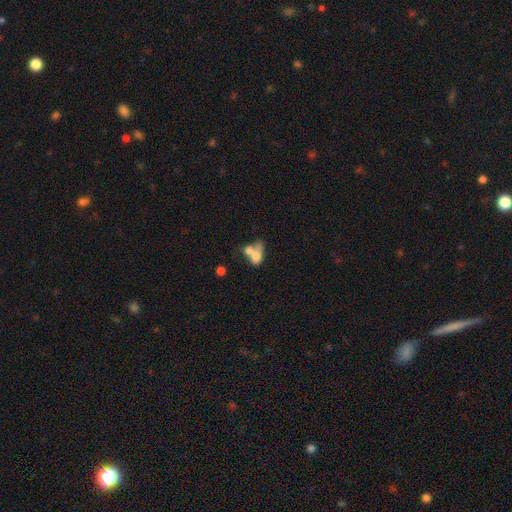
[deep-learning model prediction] Smooth or featured? smooth (66%)
How rounded? in between (72%)
Merging? merger (66%)